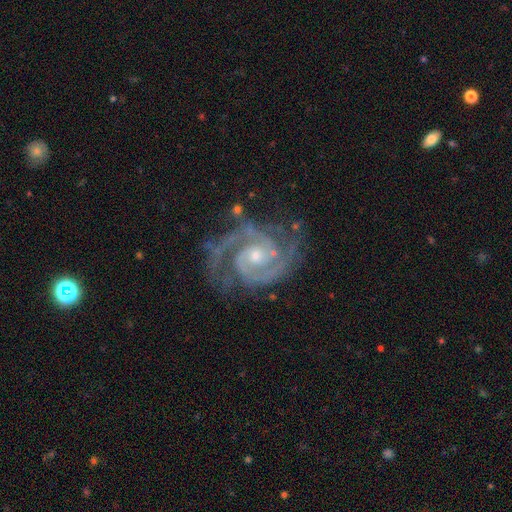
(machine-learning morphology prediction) Smooth or featured: featured or disk — 93% (star or artifact — 5%)
Edge-on disk: no — 98% (yes — 2%)
Bar: no — 61% (weak — 30%)
Spiral arms: yes — 99% (no — 1%)
Spiral winding: tight — 58% (medium — 38%)
Spiral arm count: 2 — 77% (3 — 12%)
Bulge size: small — 55% (moderate — 42%)
Merging: none — 69% (minor disturbance — 20%)